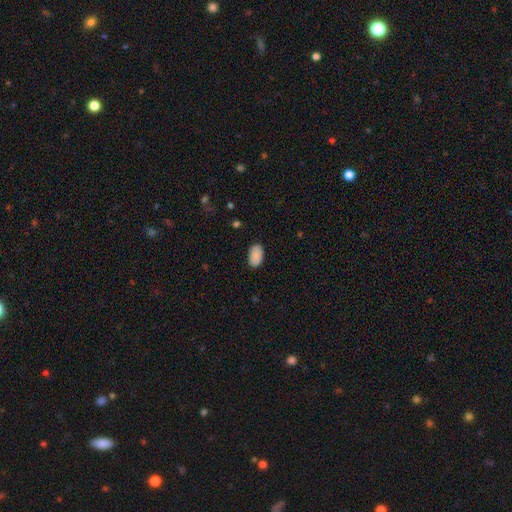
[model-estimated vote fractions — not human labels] Morphology: type=smooth (89%); roundness=in between (95%); merging=none (86%).